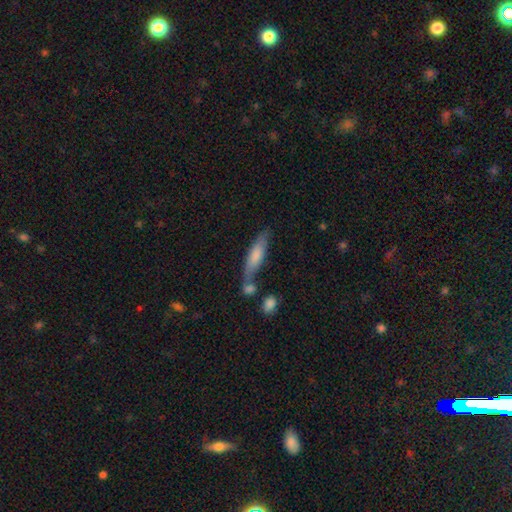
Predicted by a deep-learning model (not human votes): This appears to be a smooth galaxy with no disk features (68%) that is cigar-shaped (72%). Merging: none (56%).